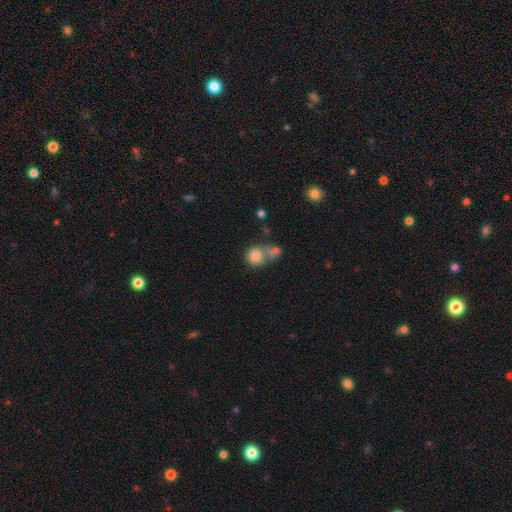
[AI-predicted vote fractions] Q: Smooth or featured?
A: smooth (80%); runner-up: featured or disk (11%)
Q: How rounded?
A: round (82%); runner-up: in between (16%)
Q: Merging?
A: merger (50%); runner-up: none (35%)